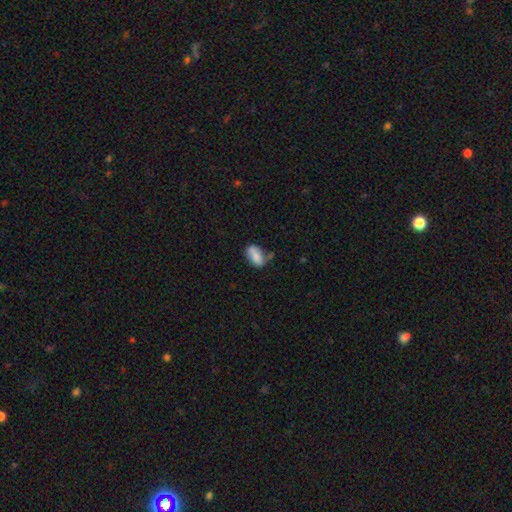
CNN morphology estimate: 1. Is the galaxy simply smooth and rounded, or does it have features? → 78% smooth, 14% featured or disk, 8% star or artifact.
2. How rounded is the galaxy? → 89% in between, 6% round, 5% cigar-shaped.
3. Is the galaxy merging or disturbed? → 55% none, 28% minor disturbance, 10% merger, 8% major disturbance.